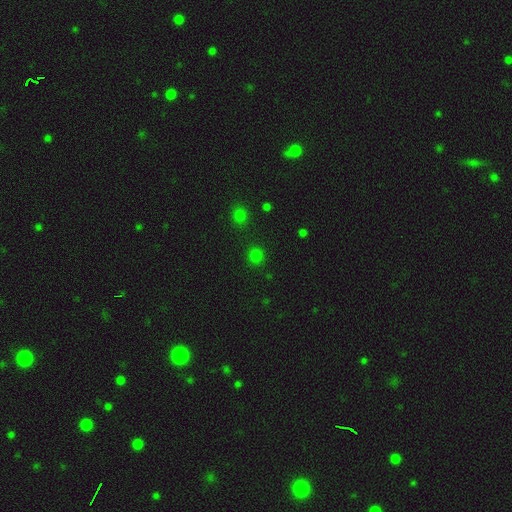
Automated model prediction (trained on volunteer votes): This appears to be a smooth galaxy with no disk features (75%) that is round (92%). Merging: none (89%).